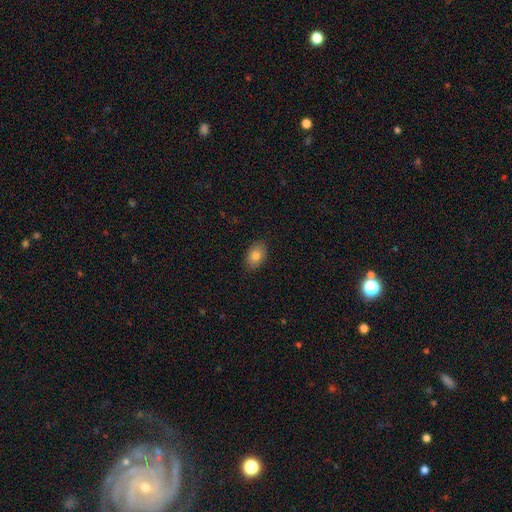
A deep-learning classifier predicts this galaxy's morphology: type=smooth (81%); roundness=in between (85%); merging=none (87%).